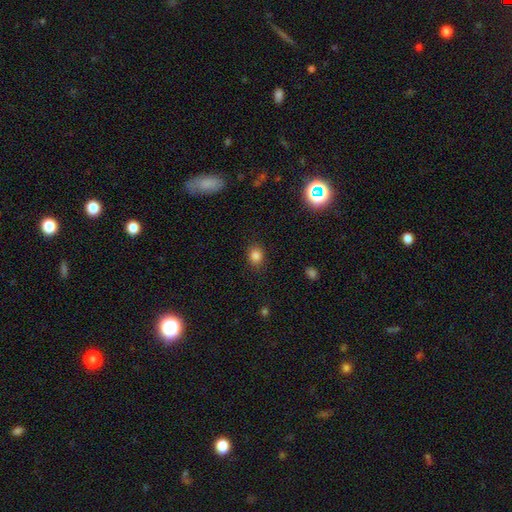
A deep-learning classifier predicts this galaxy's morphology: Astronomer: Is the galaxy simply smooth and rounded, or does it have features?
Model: smooth — 83%.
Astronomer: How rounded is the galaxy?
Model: round — 60% (runner-up: in between, 39%).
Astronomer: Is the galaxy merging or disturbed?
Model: none — 86%.